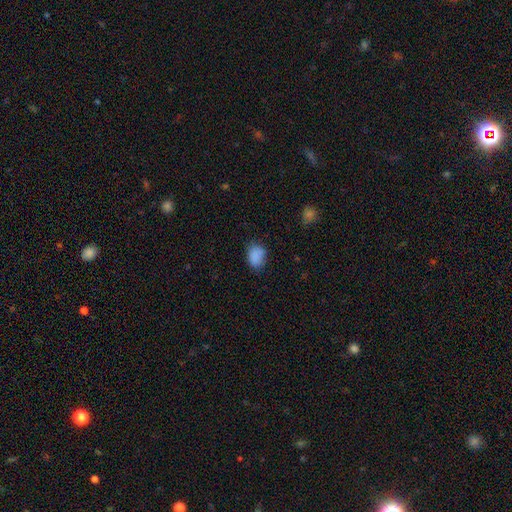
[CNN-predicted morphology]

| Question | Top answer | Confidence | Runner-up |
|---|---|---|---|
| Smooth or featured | smooth | 87% | star or artifact (9%) |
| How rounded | in between | 71% | round (28%) |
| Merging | none | 72% | minor disturbance (22%) |